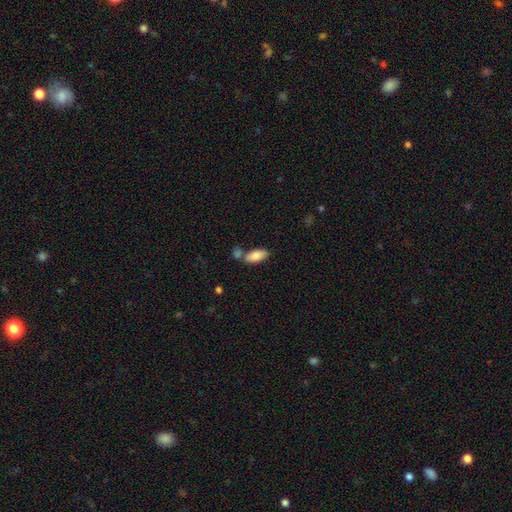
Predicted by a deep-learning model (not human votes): A smooth galaxy with no disk features (83%) that is in between round and cigar-shaped (88%). Merging: none (60%).